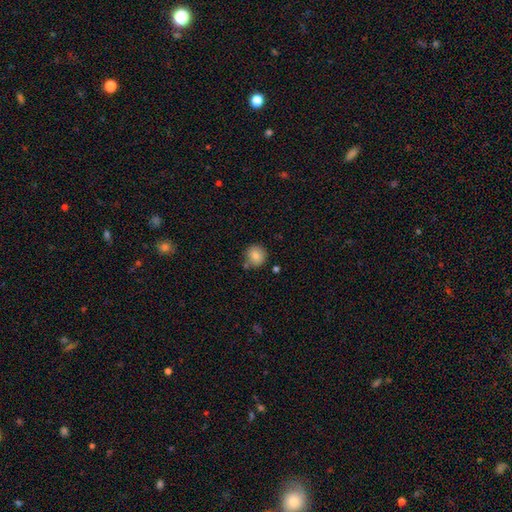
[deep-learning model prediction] A smooth galaxy with no disk features (85%) that is round (90%).

Vote fractions:
- Smooth or featured? smooth: 85% / star or artifact: 9% / featured or disk: 6%
- How rounded? round: 90% / in between: 9% / cigar-shaped: 1%
- Merging? none: 80% / minor disturbance: 11% / merger: 7% / major disturbance: 3%